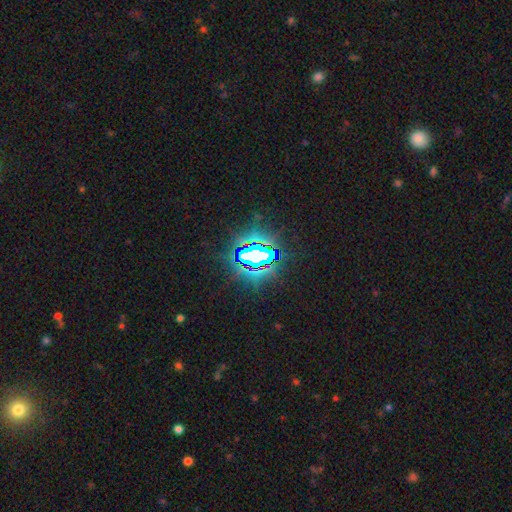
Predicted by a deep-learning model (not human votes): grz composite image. It shows a star or artifact, not a galaxy (79%).